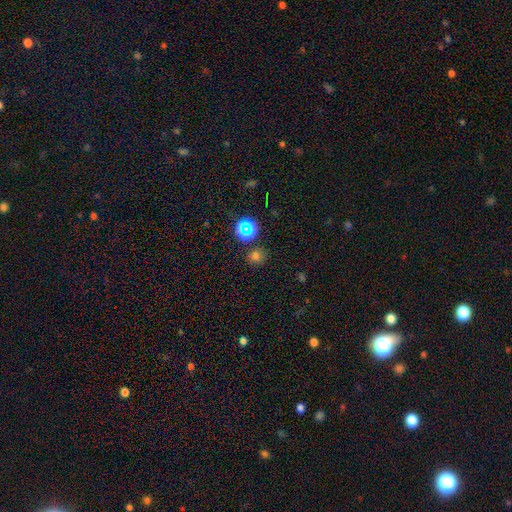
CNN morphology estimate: A smooth galaxy with no disk features (66%) that is round (83%). Merging: none (83%).